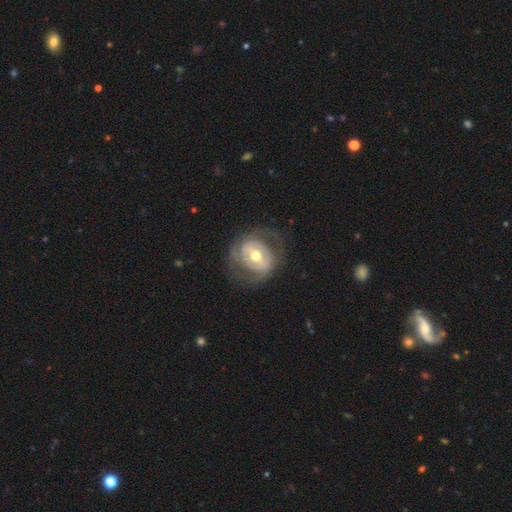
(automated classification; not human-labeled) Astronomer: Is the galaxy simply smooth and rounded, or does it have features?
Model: featured or disk — 75%.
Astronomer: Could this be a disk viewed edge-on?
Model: no — 97%.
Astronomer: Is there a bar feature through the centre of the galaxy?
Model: no — 39% (runner-up: weak, 36%).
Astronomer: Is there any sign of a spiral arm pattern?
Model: yes — 70%.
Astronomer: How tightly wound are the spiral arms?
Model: tight — 48% (runner-up: medium, 35%).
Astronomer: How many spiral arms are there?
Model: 2 — 62%.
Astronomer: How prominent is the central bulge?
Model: moderate — 75%.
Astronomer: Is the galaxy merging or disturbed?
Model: none — 68%.